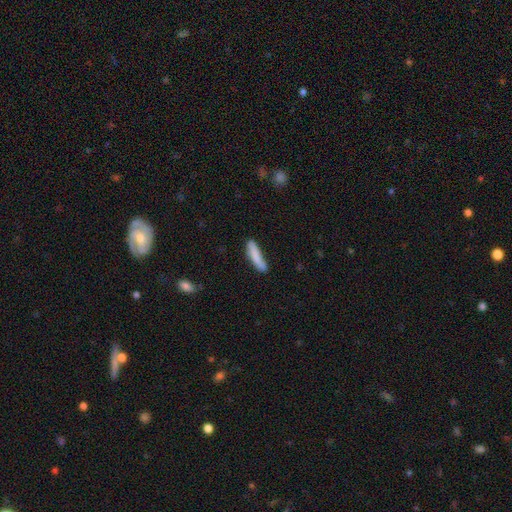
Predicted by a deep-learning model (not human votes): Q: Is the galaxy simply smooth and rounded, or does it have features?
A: smooth — 79%.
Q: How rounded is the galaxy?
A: cigar-shaped — 81%.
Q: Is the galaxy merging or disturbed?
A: none — 70%.